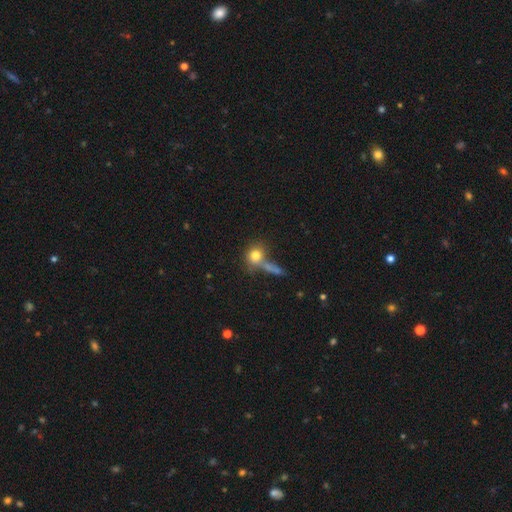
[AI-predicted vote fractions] Smooth or featured: smooth — 77% (featured or disk — 12%)
How rounded: round — 76% (in between — 20%)
Merging: none — 48% (merger — 29%)